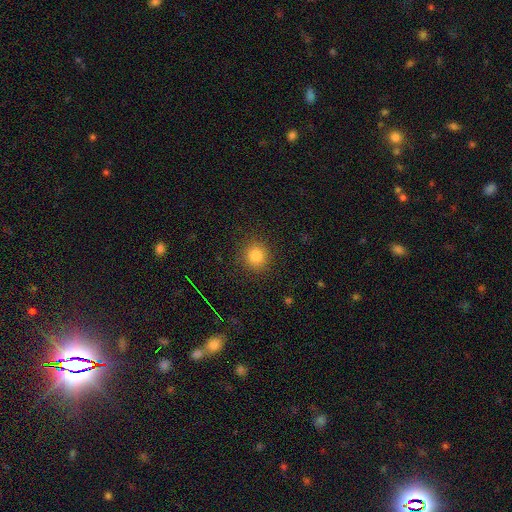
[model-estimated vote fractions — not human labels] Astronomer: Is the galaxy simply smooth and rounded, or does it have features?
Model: smooth — 82%.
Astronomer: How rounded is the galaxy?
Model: round — 92%.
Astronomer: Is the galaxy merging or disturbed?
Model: none — 90%.